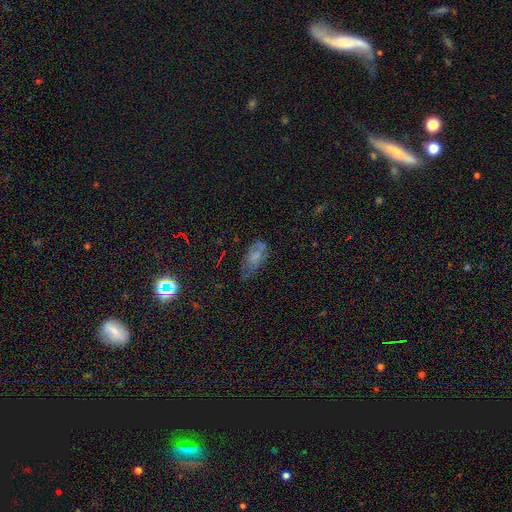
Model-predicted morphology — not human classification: Overall: smooth (52%; featured or disk 28%). How rounded: in between (87%). Merging: none (47%; minor disturbance 33%).